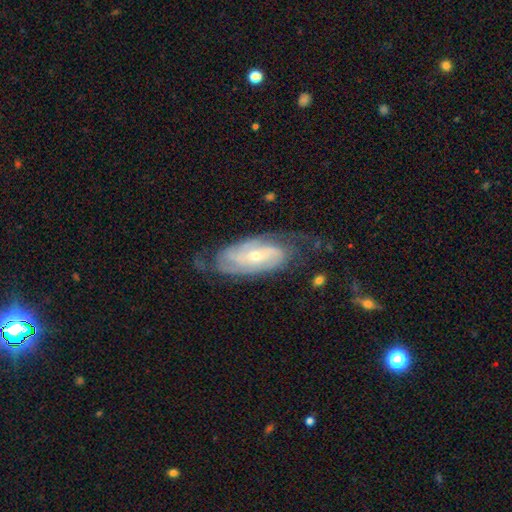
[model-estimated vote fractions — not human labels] Smooth or featured? featured or disk (84%)
Edge-on disk? no (93%)
Bar? no (45%)
Spiral arms? yes (95%)
Spiral winding? tight (58%)
Spiral arm count? 2 (43%)
Bulge size? small (53%)
Merging? none (64%)